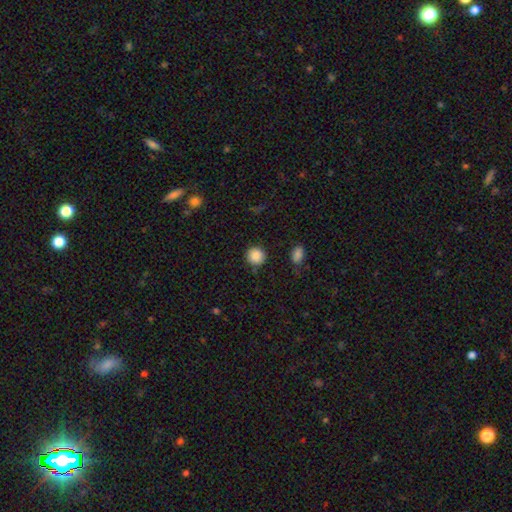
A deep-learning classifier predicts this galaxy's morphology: This is clearly a smooth galaxy (88%). How rounded: clearly round (93%). Merging: clearly none (88%).